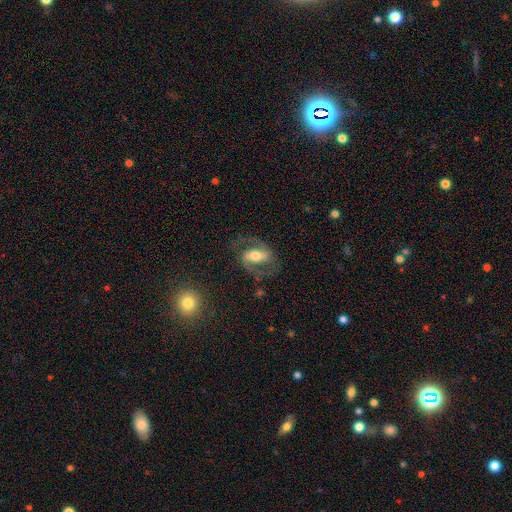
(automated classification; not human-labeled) The model was most divided on "bar": strong: 46%, weak: 35%, no: 18%. More confident: edge-on disk — no (96%); spiral arms — yes (94%); spiral arm count — 2 (91%); smooth or featured — featured or disk (83%); merging — none (73%); bulge size — moderate (64%); spiral winding — medium (59%).